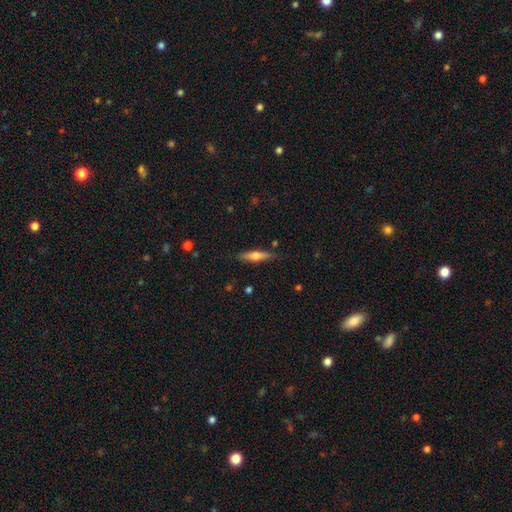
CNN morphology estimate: Smooth or featured? Predicted: smooth (p=0.48). Merging? Predicted: none (p=0.85).